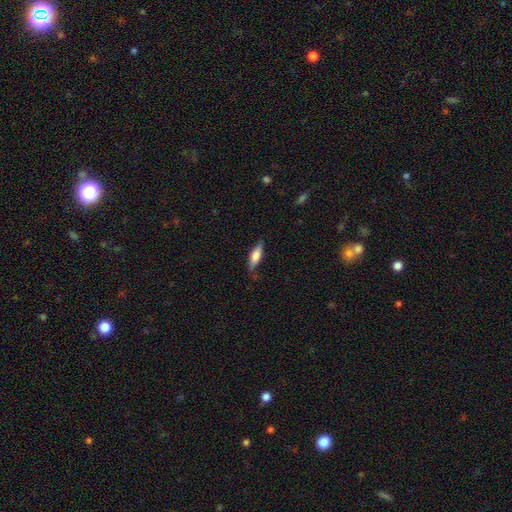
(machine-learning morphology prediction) Q: Smooth or featured?
A: smooth (65%); runner-up: featured or disk (29%)
Q: How rounded?
A: in between (50%); runner-up: cigar-shaped (48%)
Q: Merging?
A: none (74%); runner-up: minor disturbance (20%)